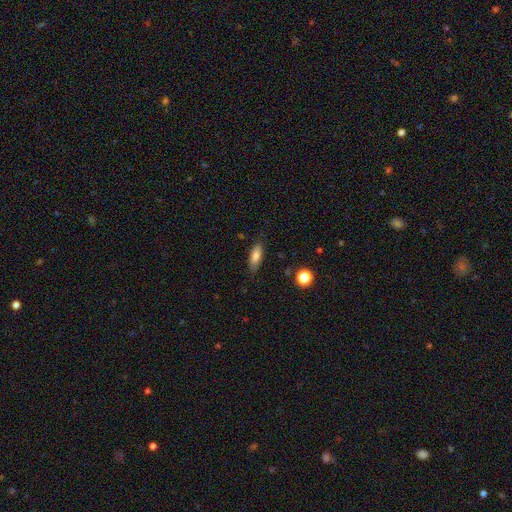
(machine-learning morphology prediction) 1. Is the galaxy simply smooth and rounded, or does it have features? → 80% smooth, 12% featured or disk, 8% star or artifact.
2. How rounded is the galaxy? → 68% in between, 29% cigar-shaped, 3% round.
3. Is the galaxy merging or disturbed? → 81% none, 15% minor disturbance, 3% major disturbance, 1% merger.